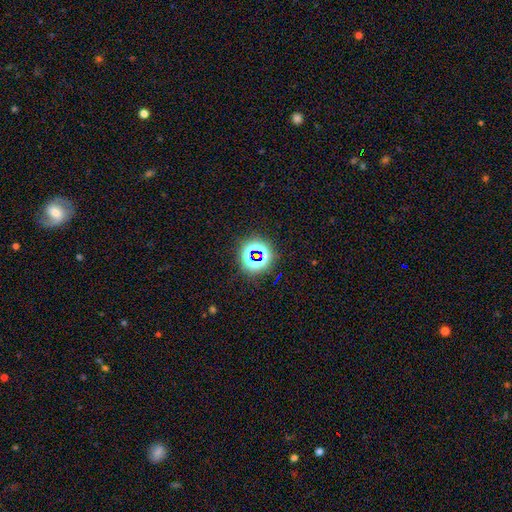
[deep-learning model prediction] The model was most divided on "smooth or featured": star or artifact: 69%, smooth: 22%, featured or disk: 9%.